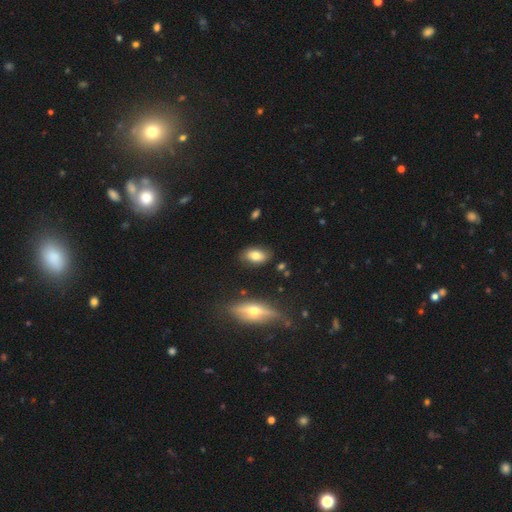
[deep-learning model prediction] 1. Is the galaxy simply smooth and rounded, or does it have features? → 71% smooth, 20% featured or disk, 9% star or artifact.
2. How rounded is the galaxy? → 88% in between, 8% round, 4% cigar-shaped.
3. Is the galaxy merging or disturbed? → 81% none, 14% minor disturbance, 3% major disturbance, 2% merger.